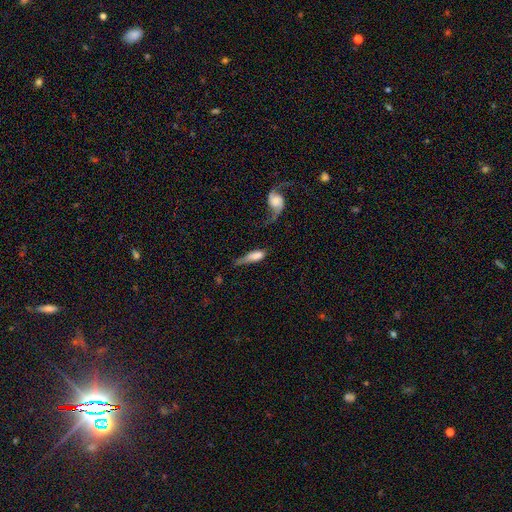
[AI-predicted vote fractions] The model was most divided on "merging": major disturbance: 35%, minor disturbance: 26%, none: 23%, merger: 16%. More confident: smooth or featured — smooth (60%); how rounded — in between (53%).